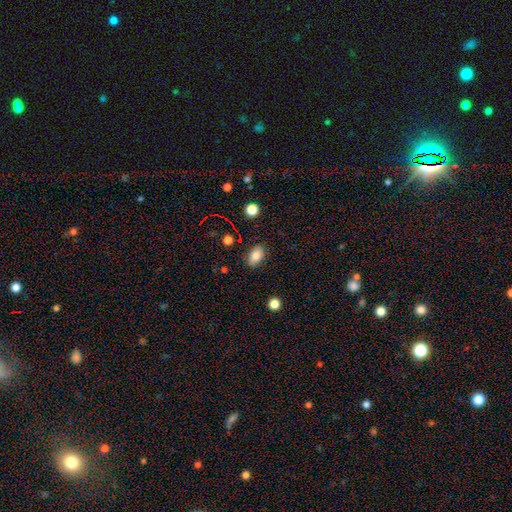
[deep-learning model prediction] Overall: smooth (81%). How rounded: in between (88%). Merging: none (84%).